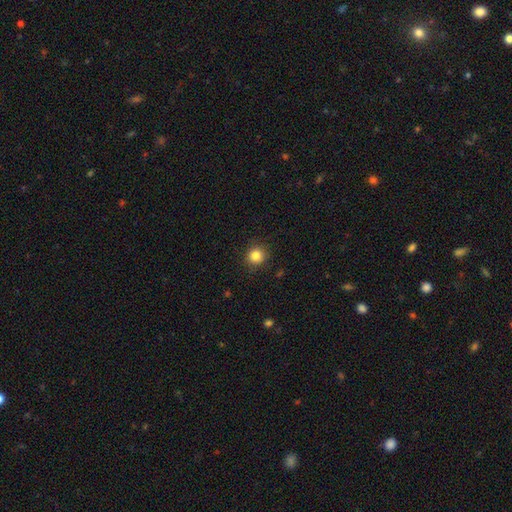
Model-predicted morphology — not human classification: The model was most divided on "smooth or featured": smooth: 85%, star or artifact: 11%, featured or disk: 5%. More confident: how rounded — round (91%); merging — none (89%).